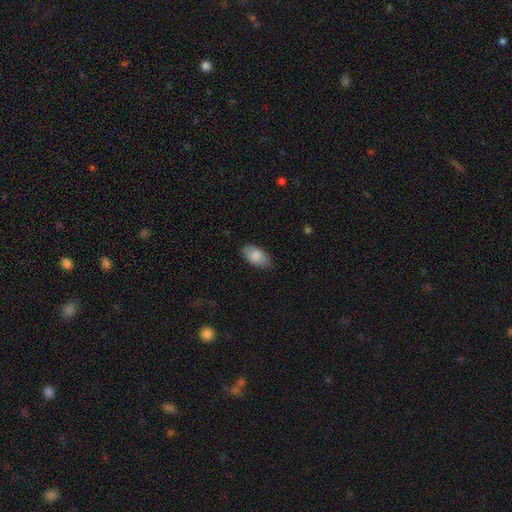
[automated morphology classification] smooth 84%, featured or disk 9%, star or artifact 6%. Down the decision tree: how rounded — in between (94%); merging — none (80%).